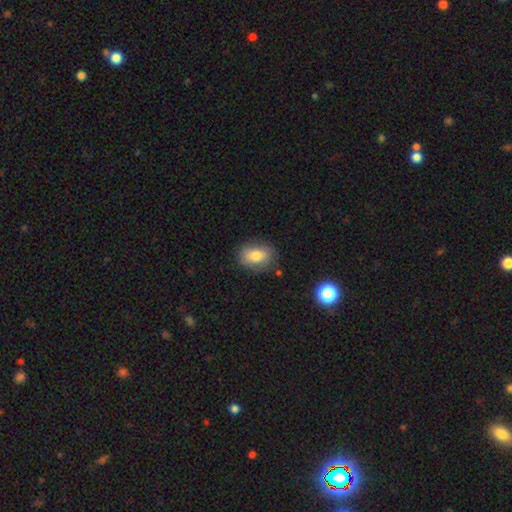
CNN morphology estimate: Q: Smooth or featured?
A: smooth (75%); runner-up: featured or disk (16%)
Q: How rounded?
A: in between (71%); runner-up: round (27%)
Q: Merging?
A: none (80%); runner-up: minor disturbance (15%)